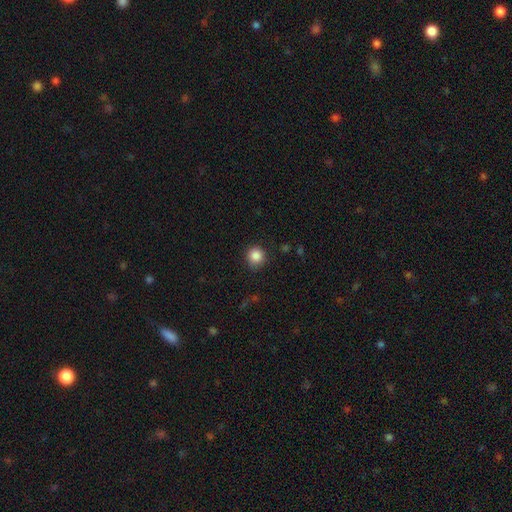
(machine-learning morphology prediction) A smooth galaxy with no disk features (86%) that is round (92%).

Vote fractions:
- Smooth or featured? smooth: 86% / star or artifact: 10% / featured or disk: 3%
- How rounded? round: 92% / in between: 7% / cigar-shaped: 1%
- Merging? none: 86% / minor disturbance: 10% / major disturbance: 3% / merger: 1%